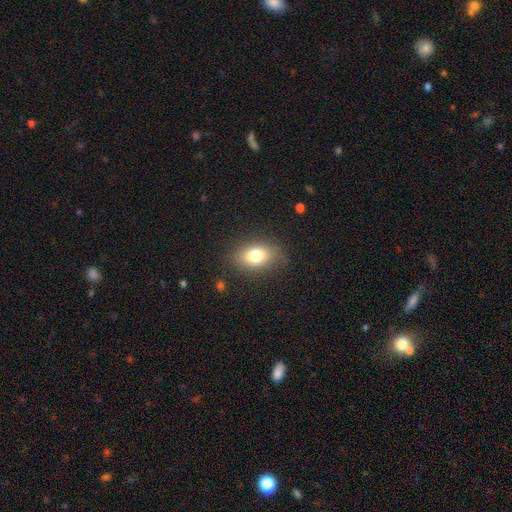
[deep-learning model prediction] Morphology: type=smooth (77%); roundness=in between (80%); merging=none (81%).